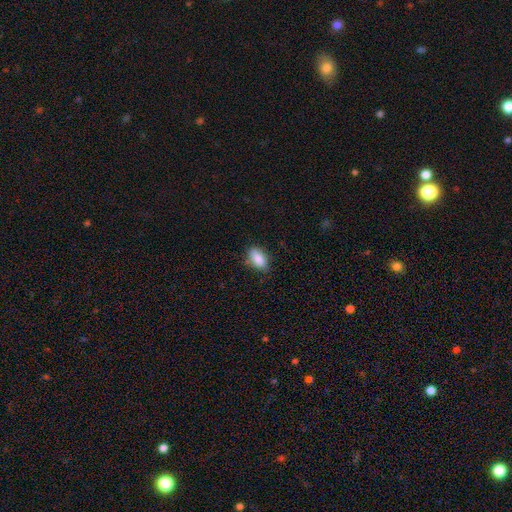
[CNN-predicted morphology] A smooth galaxy with no disk features (86%) that is in between round and cigar-shaped (88%). Merging: none (77%).